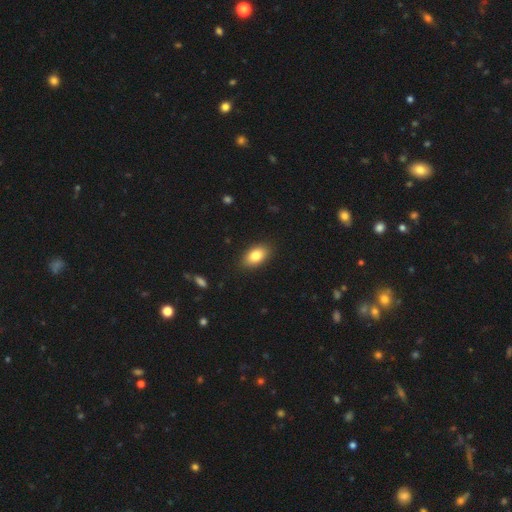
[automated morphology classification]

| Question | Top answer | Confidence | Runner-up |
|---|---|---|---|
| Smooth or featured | smooth | 82% | featured or disk (10%) |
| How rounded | in between | 90% | round (8%) |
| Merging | none | 88% | minor disturbance (9%) |